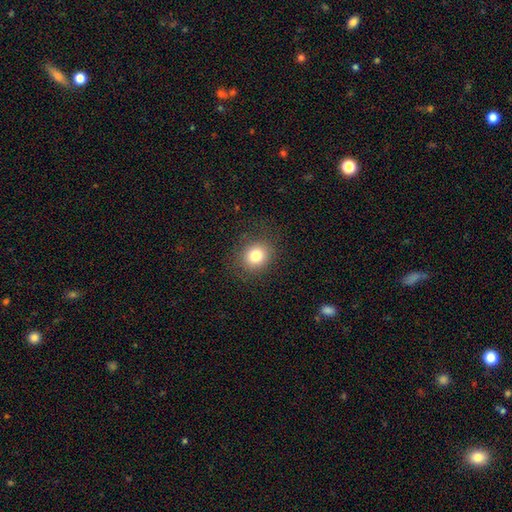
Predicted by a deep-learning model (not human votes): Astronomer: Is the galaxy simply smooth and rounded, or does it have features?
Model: smooth — 80%.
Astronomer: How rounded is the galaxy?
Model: round — 75%.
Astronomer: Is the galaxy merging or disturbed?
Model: none — 85%.